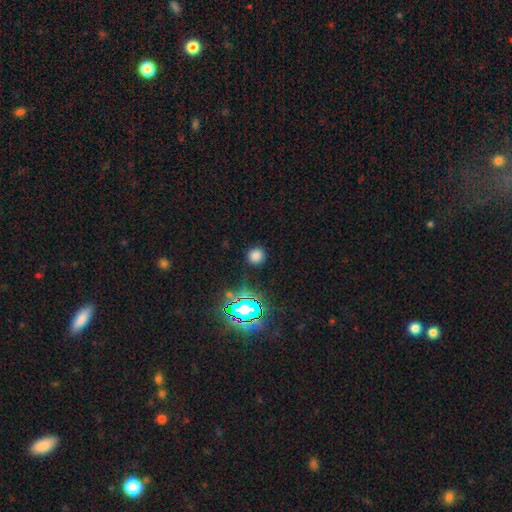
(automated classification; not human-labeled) Smooth or featured? smooth (73%)
How rounded? round (92%)
Merging? none (88%)